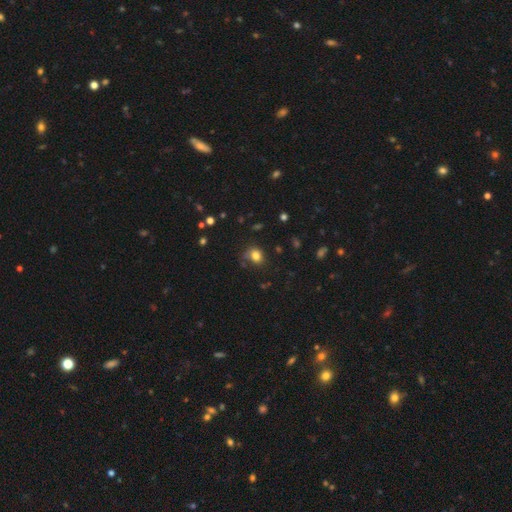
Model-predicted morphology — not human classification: This appears to be a smooth galaxy with no disk features (80%) that is round (61%). Merging: none (67%).